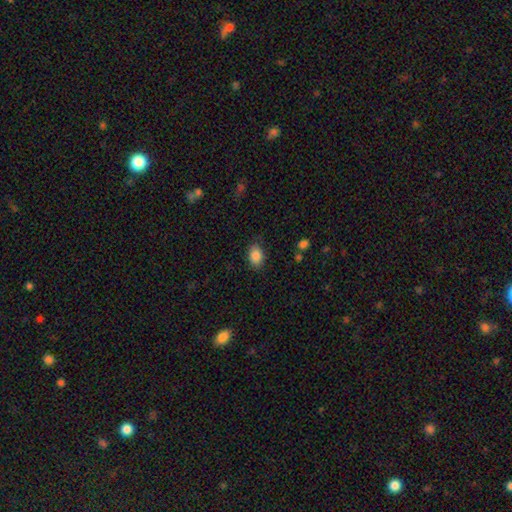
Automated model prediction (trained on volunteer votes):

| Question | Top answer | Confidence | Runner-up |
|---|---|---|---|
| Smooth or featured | smooth | 87% | star or artifact (8%) |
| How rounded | in between | 78% | round (21%) |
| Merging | none | 81% | minor disturbance (14%) |